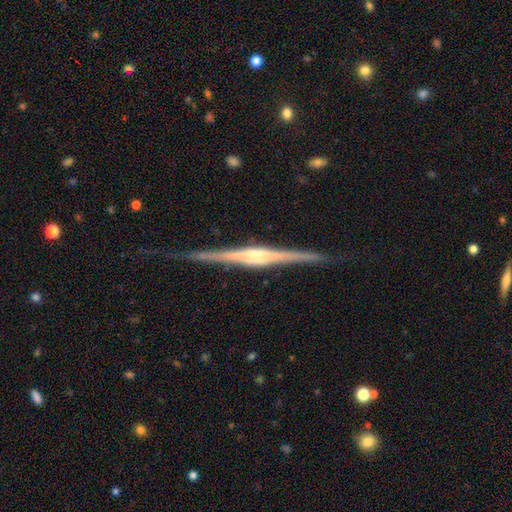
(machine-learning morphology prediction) Smooth or featured?
  - featured or disk: 88% *
  - smooth: 7%
  - star or artifact: 5%
Edge-on disk?
  - yes: 98% *
  - no: 2%
Edge-on bulge?
  - rounded: 66% *
  - boxy: 27%
  - none: 8%
Merging?
  - none: 86% *
  - minor disturbance: 11%
  - major disturbance: 2%
  - merger: 1%